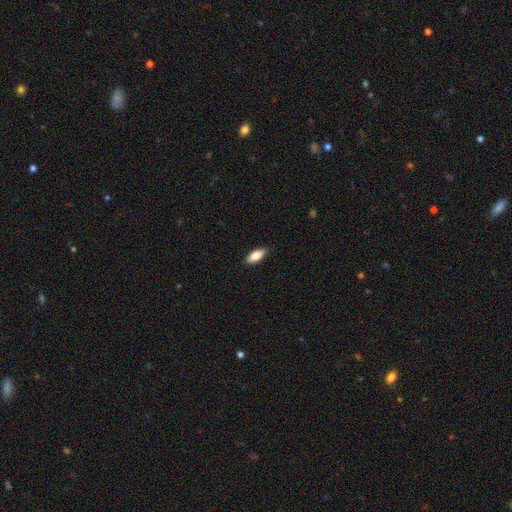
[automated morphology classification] type=smooth (83%); roundness=in between (80%); merging=none (88%).